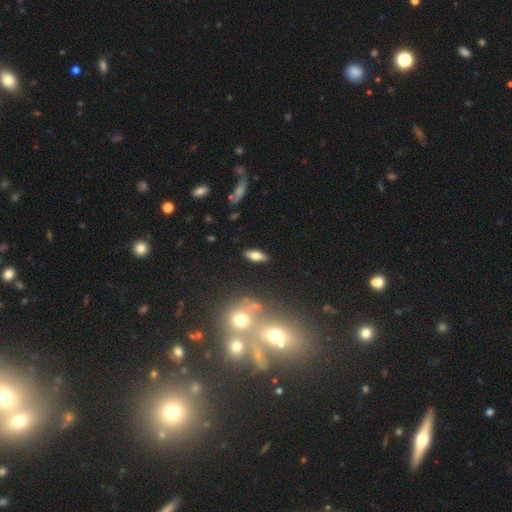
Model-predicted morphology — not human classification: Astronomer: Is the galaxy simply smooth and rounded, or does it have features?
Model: smooth — 63%.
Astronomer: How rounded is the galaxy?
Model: in between — 76%.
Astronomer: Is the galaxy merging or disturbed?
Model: none — 86%.